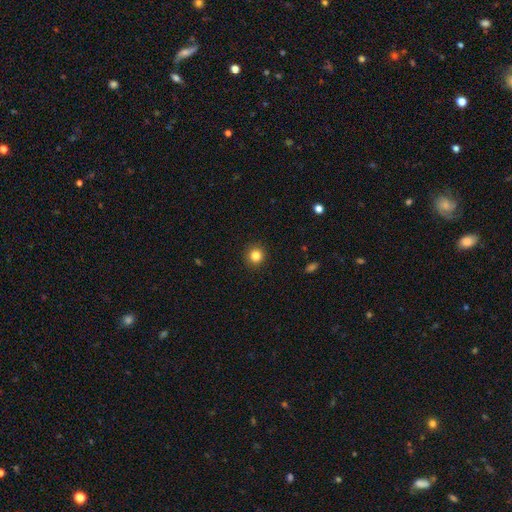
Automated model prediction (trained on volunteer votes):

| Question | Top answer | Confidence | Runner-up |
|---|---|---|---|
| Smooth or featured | smooth | 84% | star or artifact (11%) |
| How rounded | round | 94% | in between (5%) |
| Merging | none | 92% | minor disturbance (5%) |